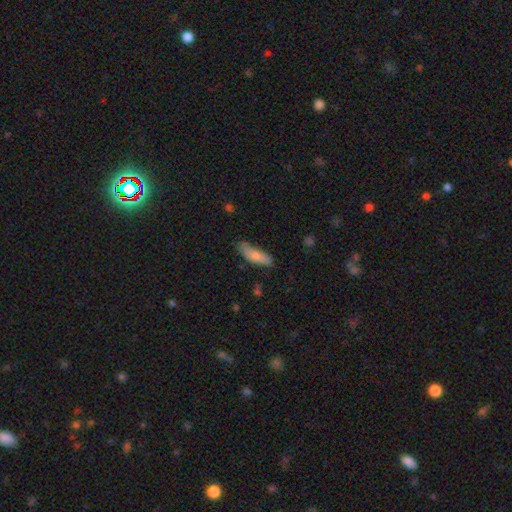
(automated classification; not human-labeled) Morphology: type=smooth (78%); roundness=cigar-shaped (50%); merging=none (61%).